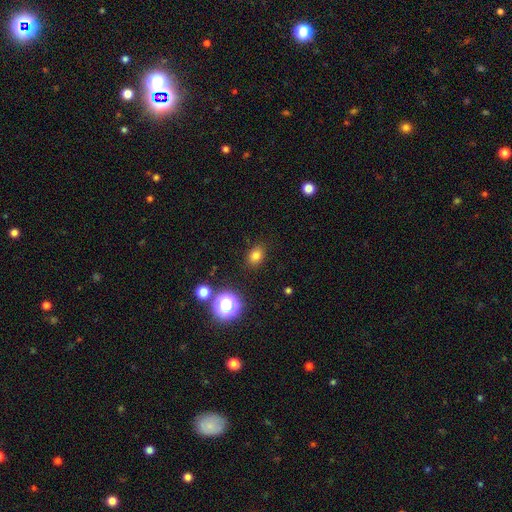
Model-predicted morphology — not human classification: The model was most divided on "how rounded": in between: 56%, round: 43%, cigar-shaped: 1%. More confident: merging — none (86%); smooth or featured — smooth (77%).